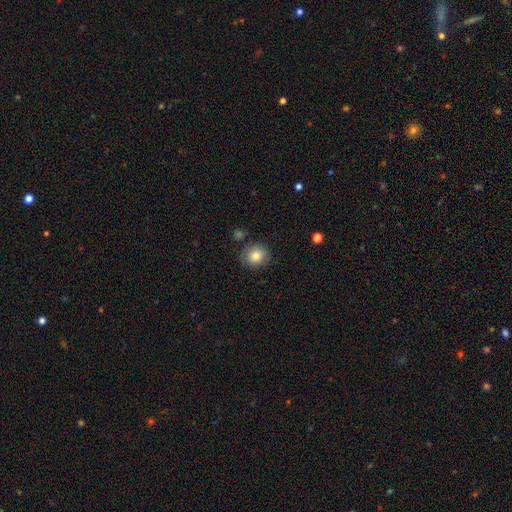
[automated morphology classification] smooth-or-featured: smooth: 81% | featured or disk: 10% | star or artifact: 9%
  how-rounded: round: 82% | in between: 17% | cigar-shaped: 1%
  merging: none: 79% | minor disturbance: 14% | major disturbance: 4% | merger: 3%